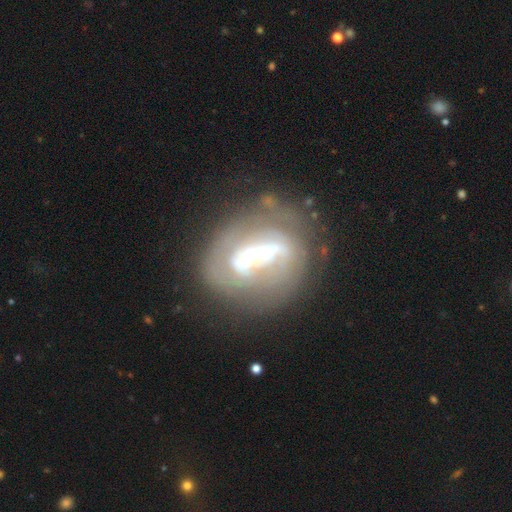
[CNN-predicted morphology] Smooth or featured?
  - featured or disk: 75% *
  - smooth: 17%
  - star or artifact: 9%
Edge-on disk?
  - no: 90% *
  - yes: 10%
Bar?
  - strong: 74% *
  - weak: 17%
  - no: 10%
Spiral arms?
  - yes: 56% *
  - no: 44%
Bulge size?
  - moderate: 34% *
  - small: 31%
  - large: 16%
  - none: 15%
  - dominant: 5%
Merging?
  - none: 55% *
  - minor disturbance: 20%
  - major disturbance: 19%
  - merger: 6%